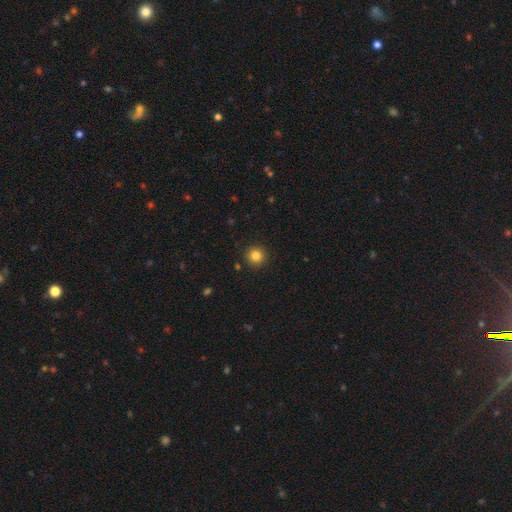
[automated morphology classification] Smooth or featured: smooth — 83% (star or artifact — 12%)
How rounded: round — 95% (in between — 4%)
Merging: none — 92% (minor disturbance — 5%)